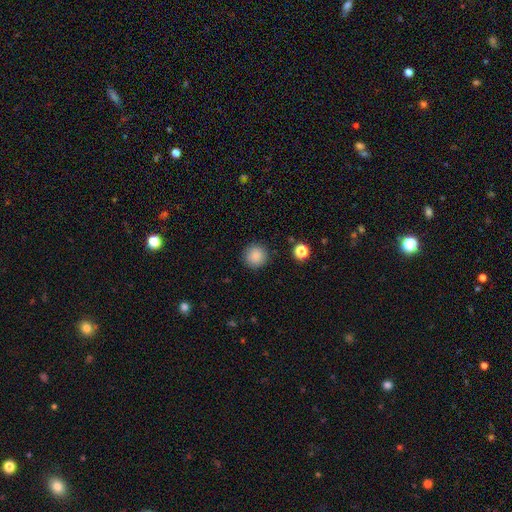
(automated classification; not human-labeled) Overall: smooth (87%). How rounded: round (95%). Merging: none (91%).